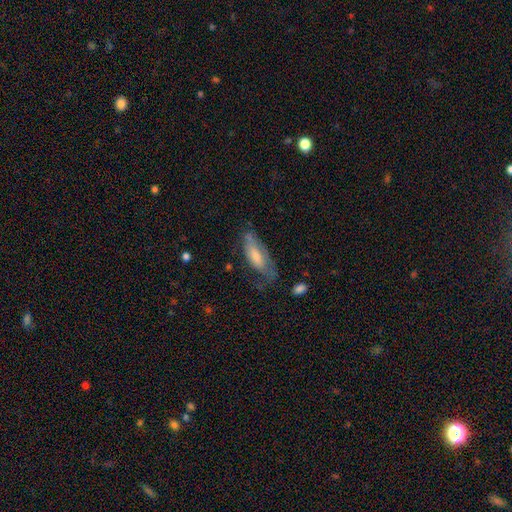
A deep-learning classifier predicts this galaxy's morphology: The model was most divided on "smooth or featured": featured or disk: 47%, smooth: 45%, star or artifact: 8%. More confident: merging — none (51%).